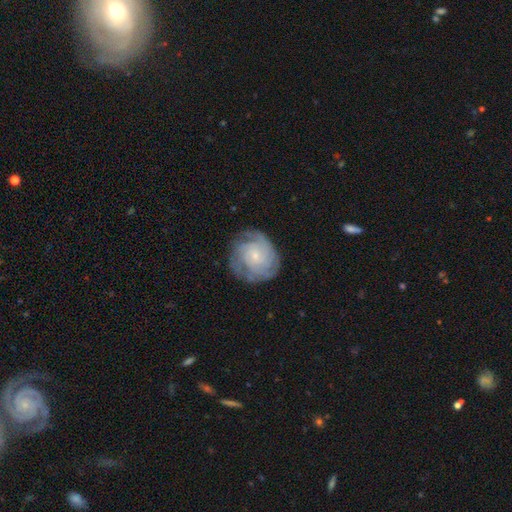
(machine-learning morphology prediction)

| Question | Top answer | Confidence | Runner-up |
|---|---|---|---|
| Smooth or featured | featured or disk | 76% | smooth (18%) |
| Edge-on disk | no | 98% | yes (2%) |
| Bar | no | 76% | weak (21%) |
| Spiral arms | yes | 94% | no (6%) |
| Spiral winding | tight | 69% | medium (24%) |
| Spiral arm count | can't tell | 38% | 3 (20%) |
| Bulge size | small | 74% | moderate (20%) |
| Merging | none | 75% | minor disturbance (18%) |